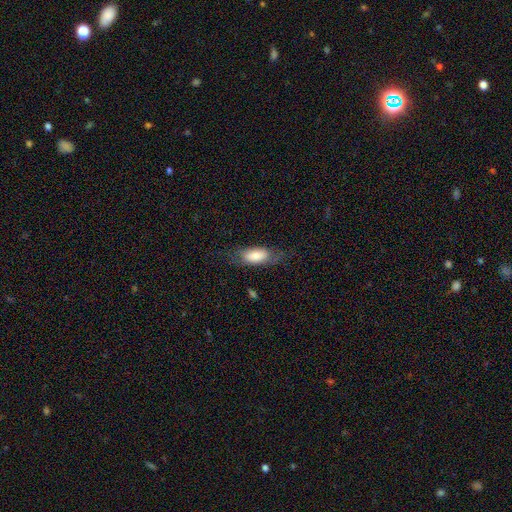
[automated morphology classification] Smooth or featured?
  - smooth: 73% *
  - featured or disk: 20%
  - star or artifact: 6%
How rounded?
  - in between: 82% *
  - cigar-shaped: 15%
  - round: 3%
Merging?
  - none: 60% *
  - minor disturbance: 24%
  - major disturbance: 14%
  - merger: 2%